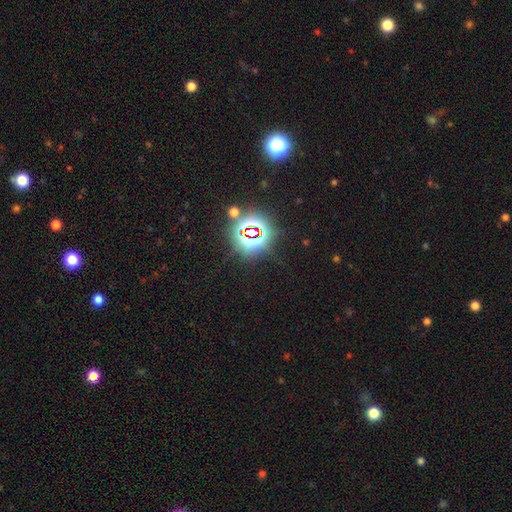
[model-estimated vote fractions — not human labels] A star or artifact, not a galaxy (82%).